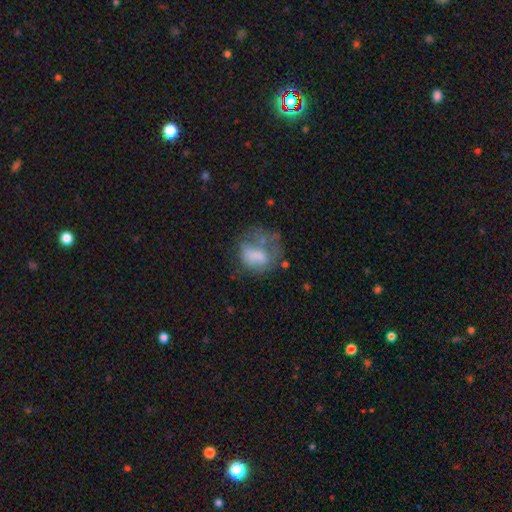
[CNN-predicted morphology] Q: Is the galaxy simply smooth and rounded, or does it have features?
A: smooth — 56%.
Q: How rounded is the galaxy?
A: in between — 55%.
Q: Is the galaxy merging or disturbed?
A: major disturbance — 42%.